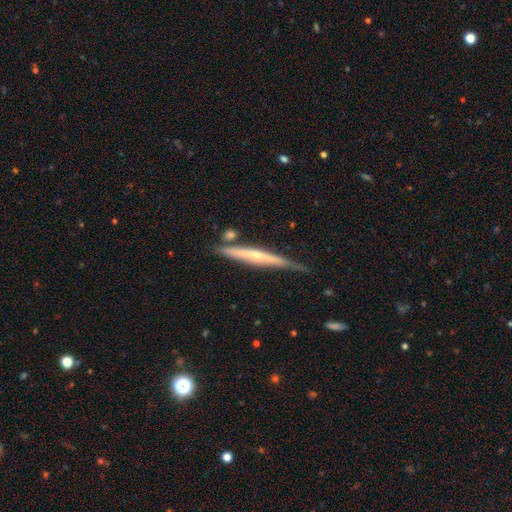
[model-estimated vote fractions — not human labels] The model was most divided on "edge-on bulge": rounded: 62%, none: 33%, boxy: 5%. More confident: edge-on disk — yes (96%); merging — none (72%); smooth or featured — featured or disk (66%).